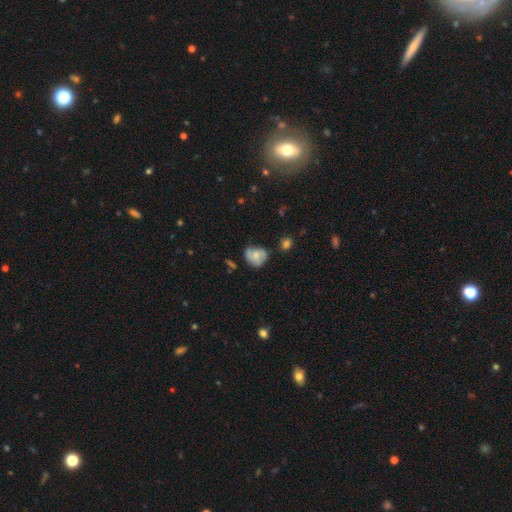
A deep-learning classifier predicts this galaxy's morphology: type=smooth (56%); roundness=round (63%); merging=none (53%).